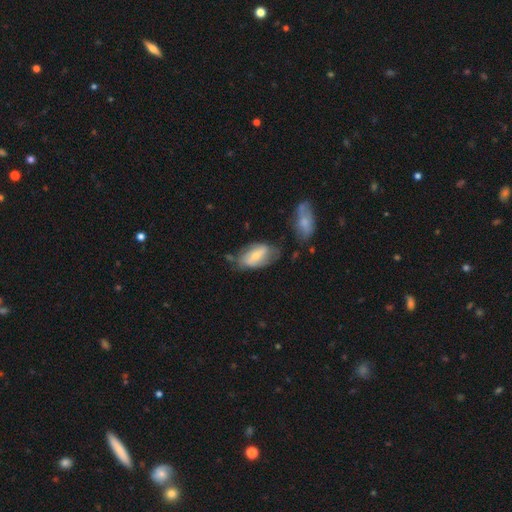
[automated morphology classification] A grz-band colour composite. It shows a featured or disk galaxy (50%). Merging: none (54%).